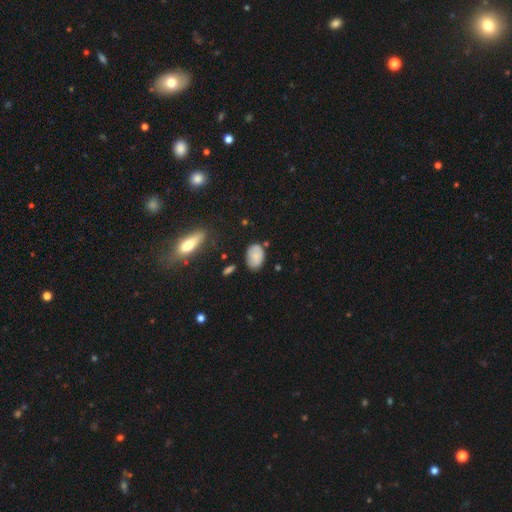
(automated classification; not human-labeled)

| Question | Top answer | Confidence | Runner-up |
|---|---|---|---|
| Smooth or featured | smooth | 78% | featured or disk (15%) |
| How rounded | in between | 84% | round (15%) |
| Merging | none | 67% | minor disturbance (25%) |